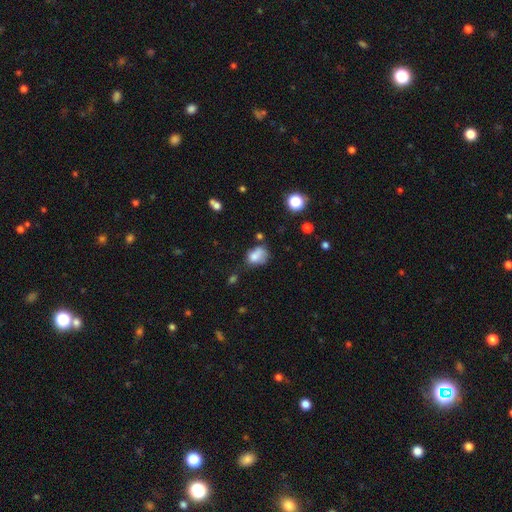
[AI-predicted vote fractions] This is likely a smooth galaxy (73%). How rounded: likely in between (63%). Merging: marginally none (32%).